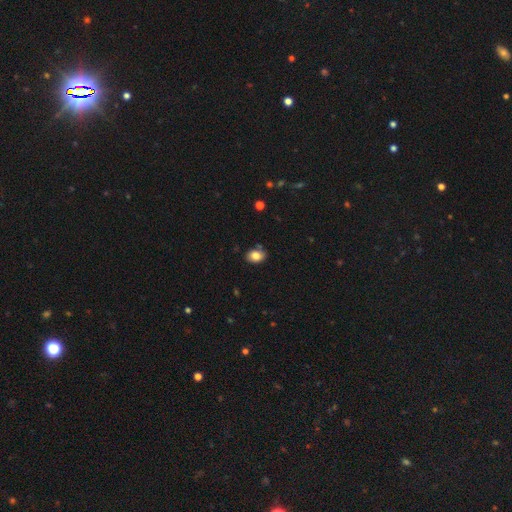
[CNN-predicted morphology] A smooth galaxy with no disk features (82%) that is in between round and cigar-shaped (72%). Merging: none (82%).